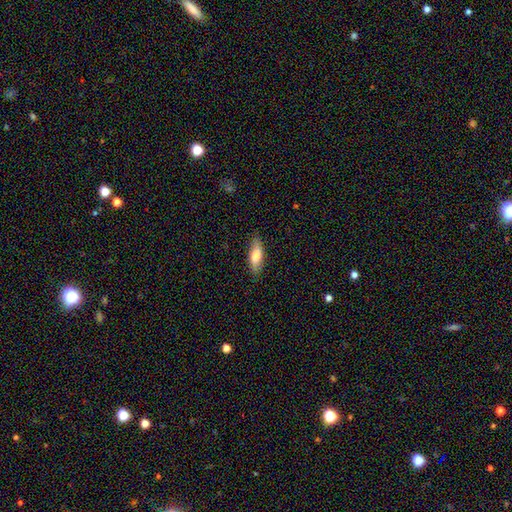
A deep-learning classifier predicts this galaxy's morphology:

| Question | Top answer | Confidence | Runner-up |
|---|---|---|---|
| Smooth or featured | smooth | 77% | featured or disk (18%) |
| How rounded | in between | 62% | cigar-shaped (36%) |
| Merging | none | 84% | minor disturbance (13%) |